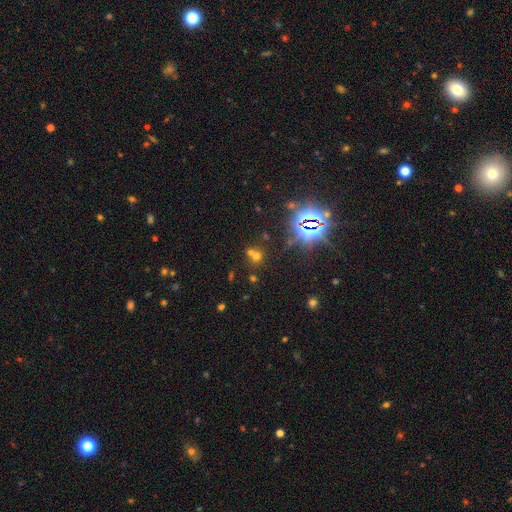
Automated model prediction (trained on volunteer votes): This is marginally a star or artifact rather than a galaxy (44%).